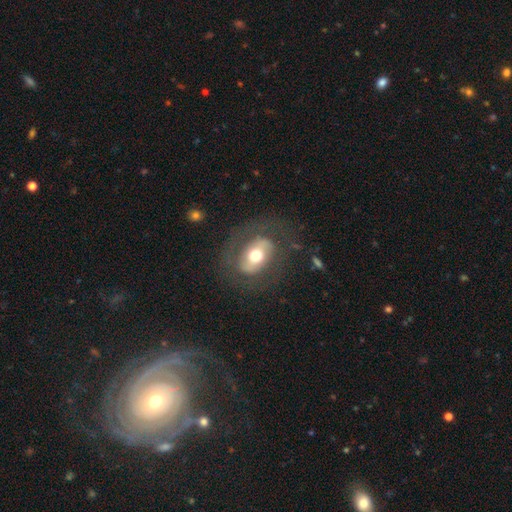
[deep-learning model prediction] This appears to be a featured or disk galaxy (53%) with no bar (47%), spiral arms (50%, tied with no) and a moderate central bulge (66%). Merging: none (70%).